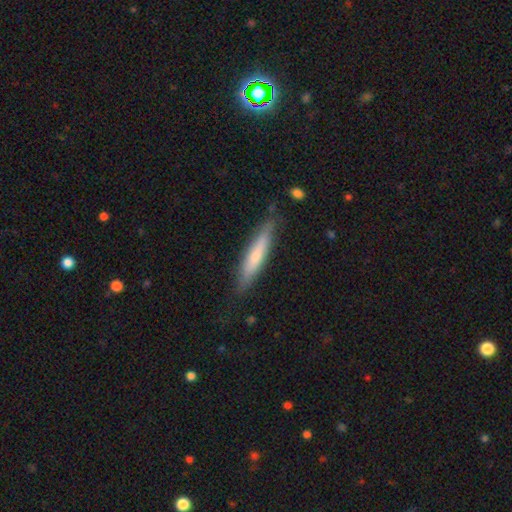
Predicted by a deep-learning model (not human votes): This is likely a smooth galaxy (62%). How rounded: clearly cigar-shaped (89%). Merging: clearly none (82%).